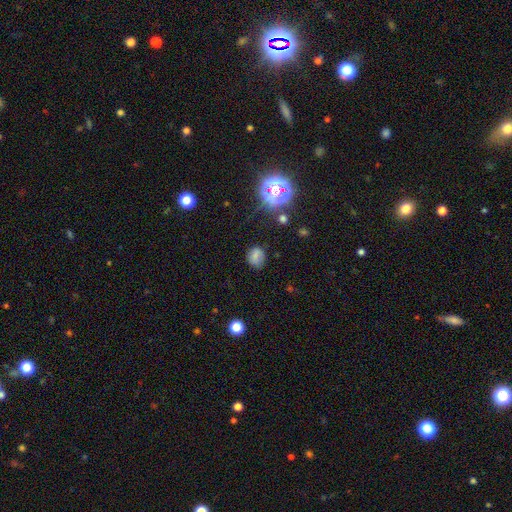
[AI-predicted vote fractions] The model was most divided on "how rounded": round: 53%, in between: 45%, cigar-shaped: 1%. More confident: merging — none (75%); smooth or featured — smooth (71%).